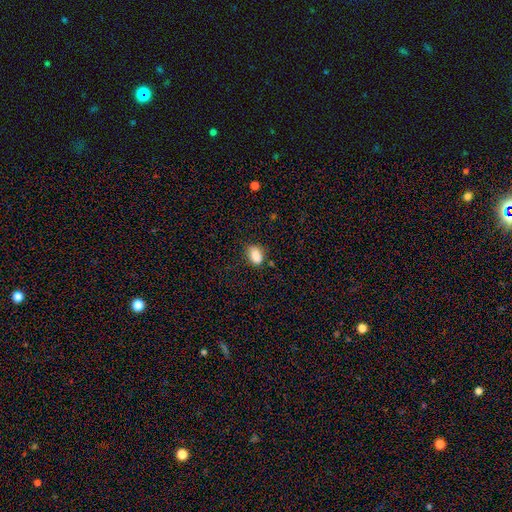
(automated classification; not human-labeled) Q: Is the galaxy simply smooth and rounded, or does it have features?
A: smooth — 87%.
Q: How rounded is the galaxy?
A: in between — 79%.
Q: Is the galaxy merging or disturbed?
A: none — 72%.